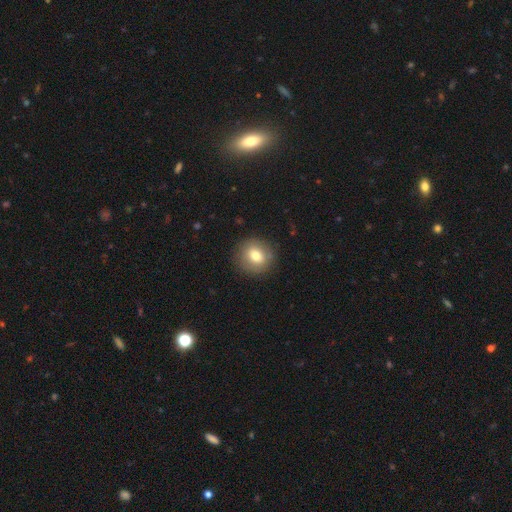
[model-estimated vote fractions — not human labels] smooth_or_featured: smooth (p=0.76) [alt: featured or disk p=0.15]
how_rounded: round (p=0.84) [alt: in between p=0.15]
merging: none (p=0.87) [alt: minor disturbance p=0.09]